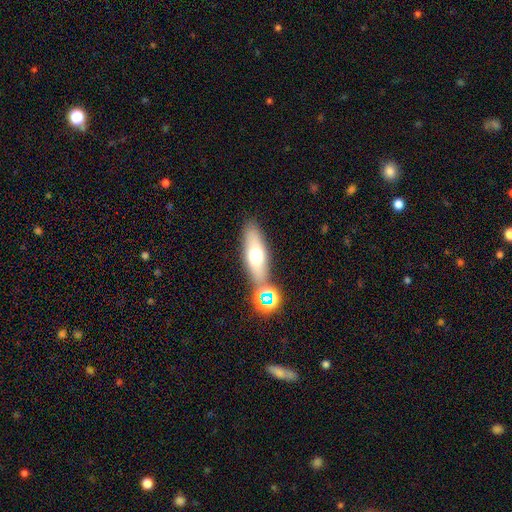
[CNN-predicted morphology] A smooth galaxy with no disk features (59%) that is in between round and cigar-shaped (54%). Merging: none (75%).